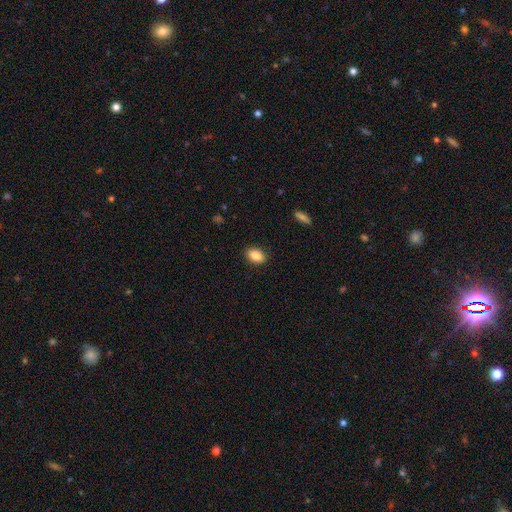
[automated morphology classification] smooth_or_featured: smooth (p=0.87) [alt: star or artifact p=0.08]
how_rounded: in between (p=0.86) [alt: round p=0.12]
merging: none (p=0.88) [alt: minor disturbance p=0.08]